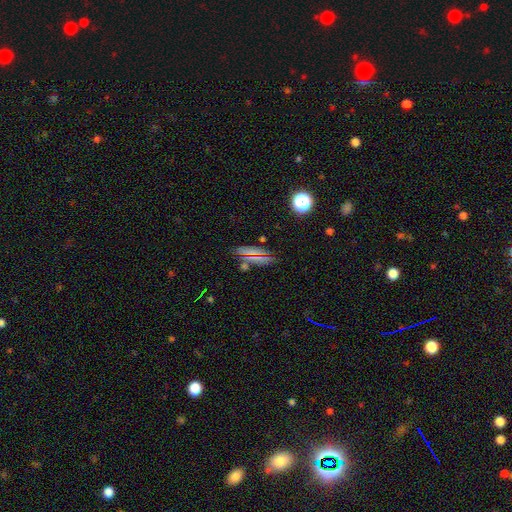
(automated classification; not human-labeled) Morphology: type=smooth (65%); roundness=in between (59%); merging=none (77%).